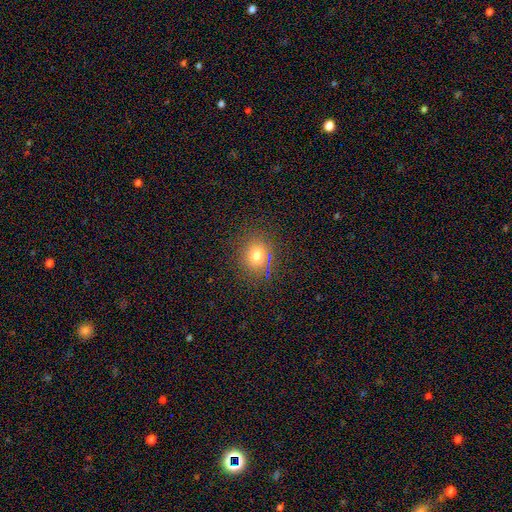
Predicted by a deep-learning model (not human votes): Smooth or featured? smooth (74%)
How rounded? round (75%)
Merging? none (87%)